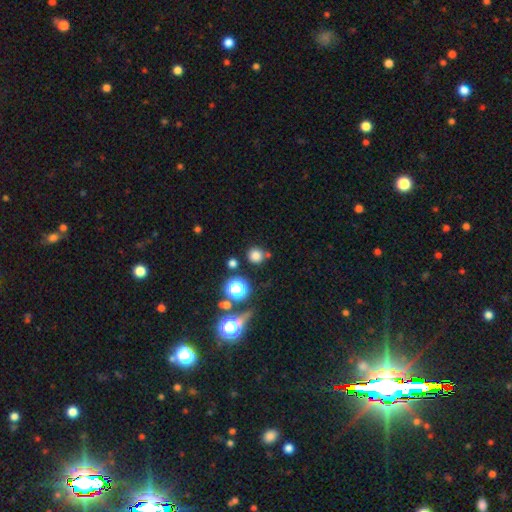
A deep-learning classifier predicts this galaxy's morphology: Smooth or featured? Predicted: smooth (p=0.75). How rounded? Predicted: round (p=0.91). Merging? Predicted: none (p=0.78).